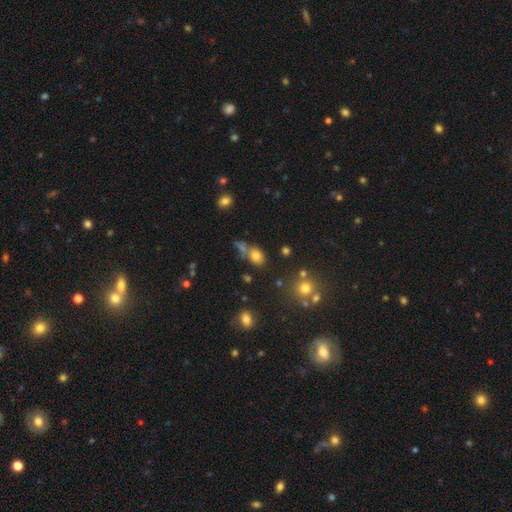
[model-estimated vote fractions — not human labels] smooth-or-featured: smooth: 75% | star or artifact: 16% | featured or disk: 9%
  how-rounded: in between: 55% | round: 43% | cigar-shaped: 2%
  merging: none: 56% | merger: 25% | minor disturbance: 13% | major disturbance: 5%